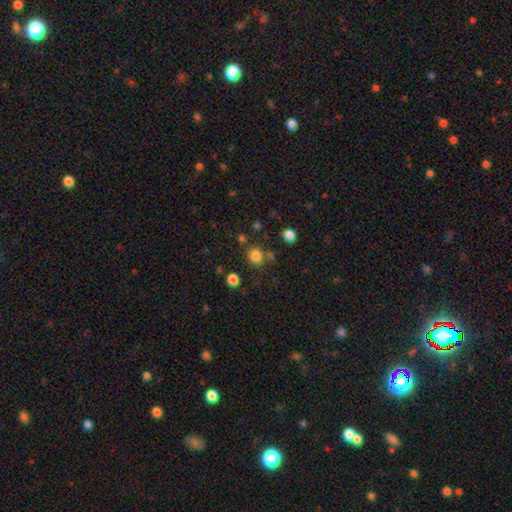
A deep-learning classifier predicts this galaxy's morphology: smooth-or-featured: smooth: 81% | star or artifact: 15% | featured or disk: 5%
  how-rounded: round: 85% | in between: 14% | cigar-shaped: 1%
  merging: none: 78% | minor disturbance: 10% | merger: 9% | major disturbance: 4%